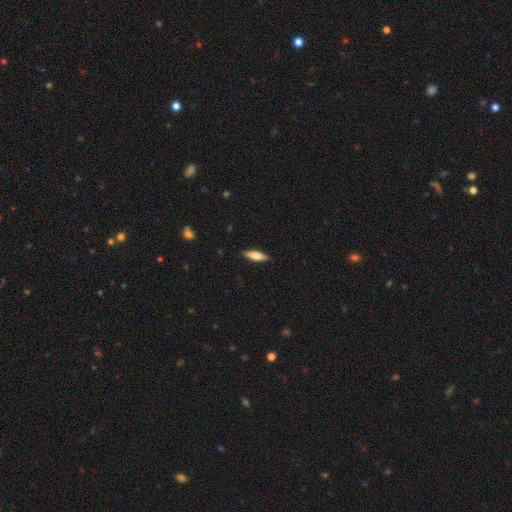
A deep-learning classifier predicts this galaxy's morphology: Smooth or featured? smooth (67%)
How rounded? cigar-shaped (60%)
Merging? none (88%)